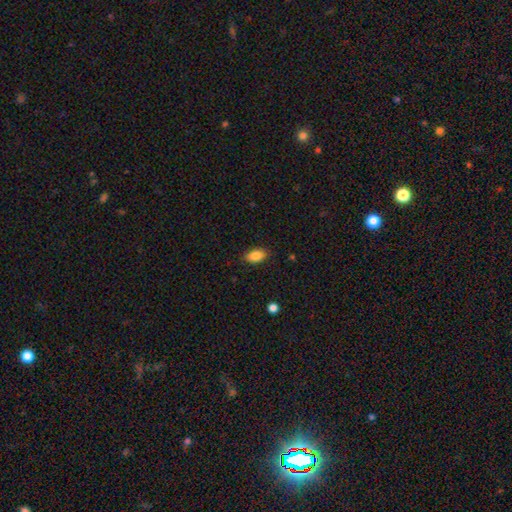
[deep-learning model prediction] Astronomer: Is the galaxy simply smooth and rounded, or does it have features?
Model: smooth — 86%.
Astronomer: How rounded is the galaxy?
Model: in between — 91%.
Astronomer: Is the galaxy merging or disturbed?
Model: none — 86%.